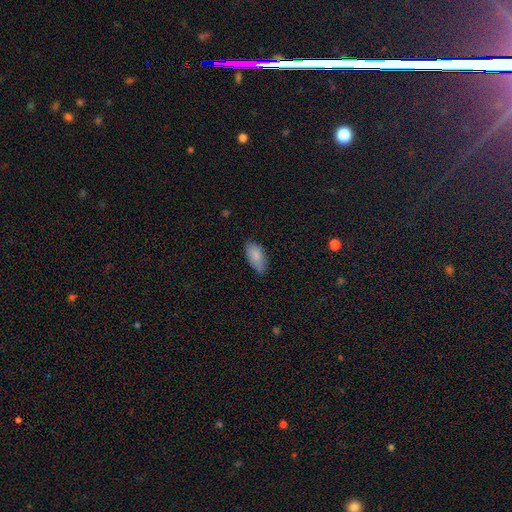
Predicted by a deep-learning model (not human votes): smooth_or_featured: smooth (p=0.84) [alt: featured or disk p=0.09]
how_rounded: in between (p=0.91) [alt: cigar-shaped p=0.07]
merging: none (p=0.69) [alt: minor disturbance p=0.26]